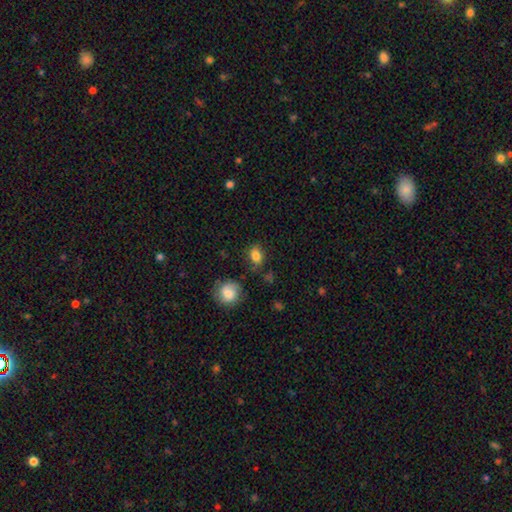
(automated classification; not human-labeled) smooth_or_featured: smooth (p=0.83) [alt: star or artifact p=0.09]
how_rounded: in between (p=0.74) [alt: round p=0.24]
merging: none (p=0.72) [alt: minor disturbance p=0.17]